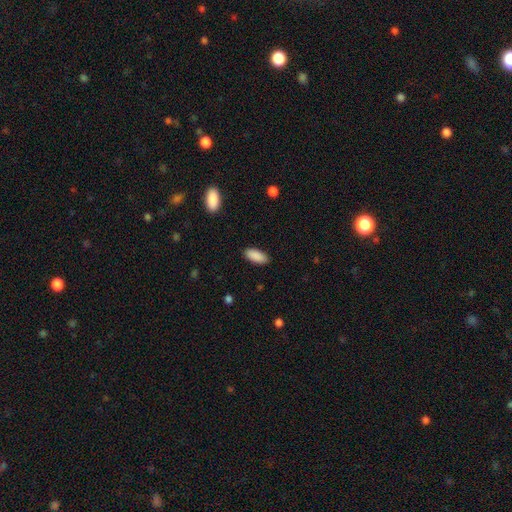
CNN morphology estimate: The model was most divided on "how rounded": in between: 86%, cigar-shaped: 12%, round: 2%. More confident: smooth or featured — smooth (90%); merging — none (89%).